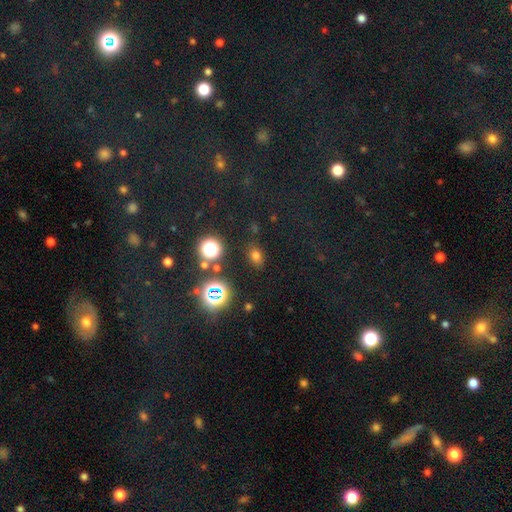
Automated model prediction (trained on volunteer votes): This is likely a smooth galaxy (67%). How rounded: likely in between (66%). Merging: clearly none (84%).